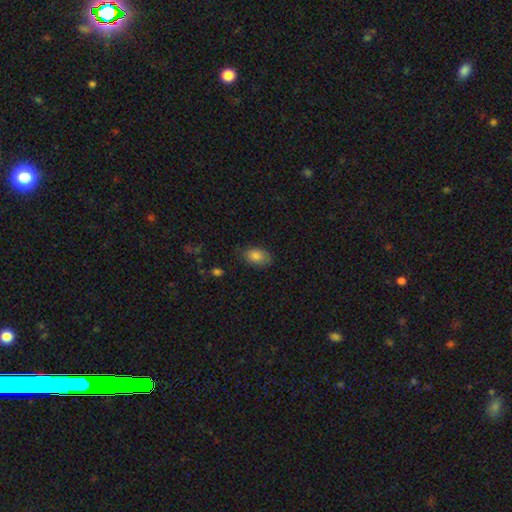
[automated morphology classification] A smooth galaxy with no disk features (84%) that is in between round and cigar-shaped (89%). Merging: none (77%).